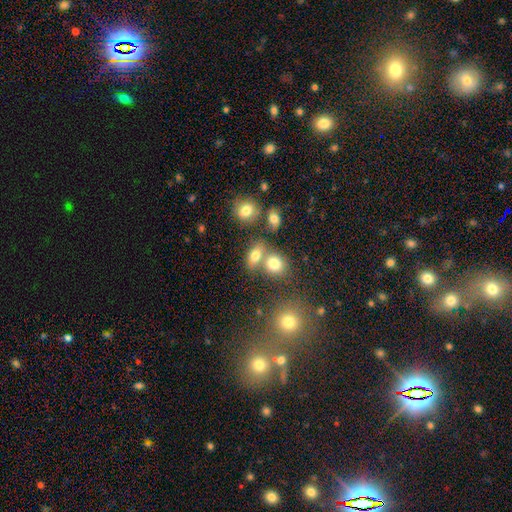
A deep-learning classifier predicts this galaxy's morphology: smooth 74%, star or artifact 13%, featured or disk 12%. Down the decision tree: how rounded — in between (65%); merging — none (51%).